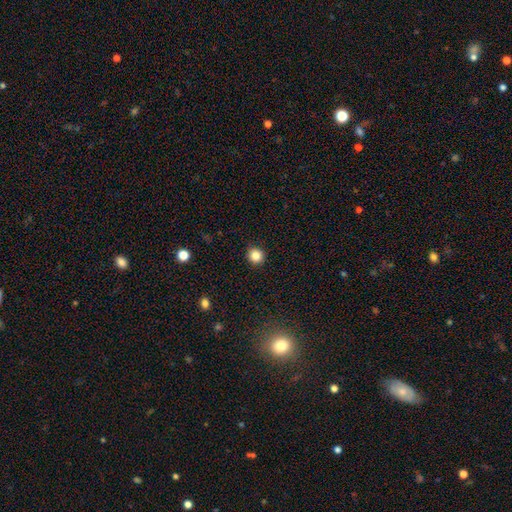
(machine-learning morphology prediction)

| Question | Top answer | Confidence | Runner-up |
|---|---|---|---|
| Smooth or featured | smooth | 84% | star or artifact (11%) |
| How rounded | round | 93% | in between (6%) |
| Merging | none | 92% | minor disturbance (5%) |